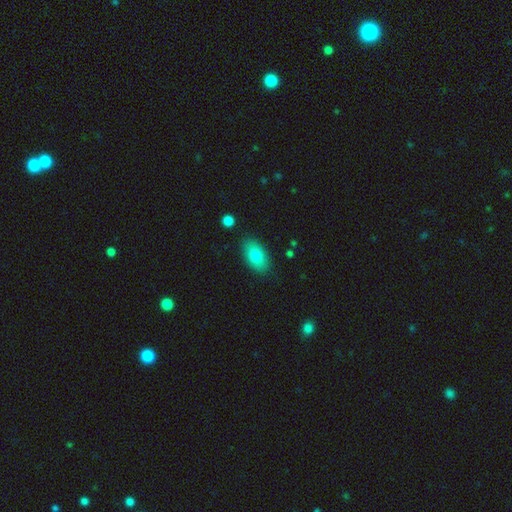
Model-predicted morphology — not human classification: The model was most divided on "smooth or featured": smooth: 79%, featured or disk: 14%, star or artifact: 7%. More confident: how rounded — in between (91%); merging — none (85%).